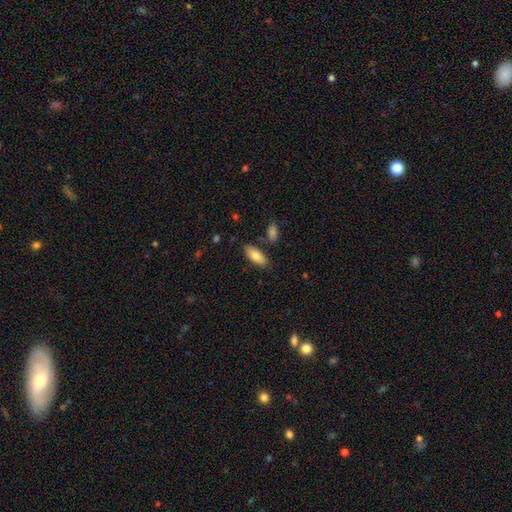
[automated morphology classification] smooth-or-featured: smooth: 79% | featured or disk: 15% | star or artifact: 6%
  how-rounded: in between: 86% | cigar-shaped: 12% | round: 2%
  merging: none: 81% | minor disturbance: 11% | merger: 5% | major disturbance: 2%